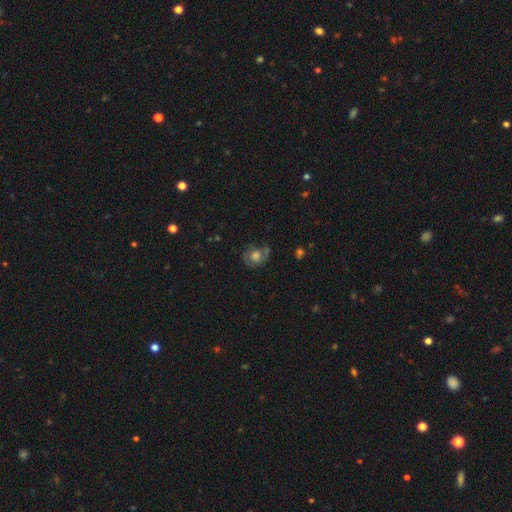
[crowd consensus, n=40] smooth_or_featured: smooth (p=0.53) [alt: featured or disk p=0.40]
how_rounded: round (p=1.00)
merging: none (p=0.59) [alt: major disturbance p=0.22]